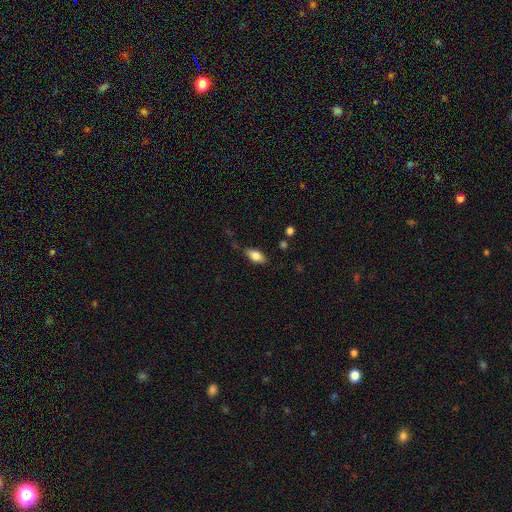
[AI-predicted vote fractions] This appears to be a smooth galaxy with no disk features (79%) that is in between round and cigar-shaped (88%). Merging: none (66%).